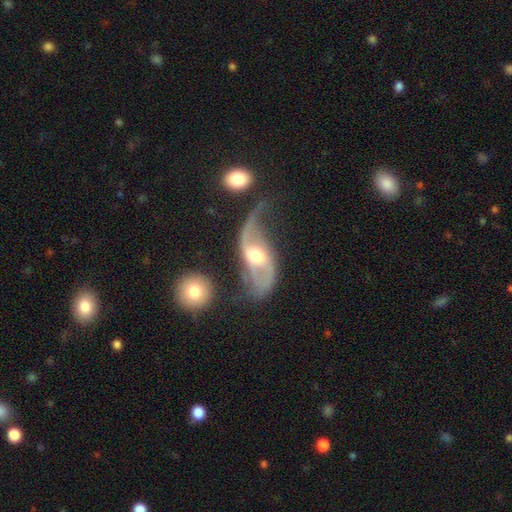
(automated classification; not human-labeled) Smooth or featured?
  - featured or disk: 85% *
  - smooth: 10%
  - star or artifact: 5%
Edge-on disk?
  - no: 94% *
  - yes: 6%
Bar?
  - weak: 42% *
  - no: 33%
  - strong: 24%
Spiral arms?
  - yes: 92% *
  - no: 8%
Spiral winding?
  - loose: 76% *
  - medium: 19%
  - tight: 5%
Spiral arm count?
  - 2: 87% *
  - 1: 6%
  - can't tell: 3%
  - 3: 1%
  - 4: 1%
  - more than 4: 1%
Bulge size?
  - moderate: 71% *
  - small: 16%
  - large: 10%
  - none: 1%
  - dominant: 1%
Merging?
  - none: 38% *
  - major disturbance: 32%
  - minor disturbance: 20%
  - merger: 10%